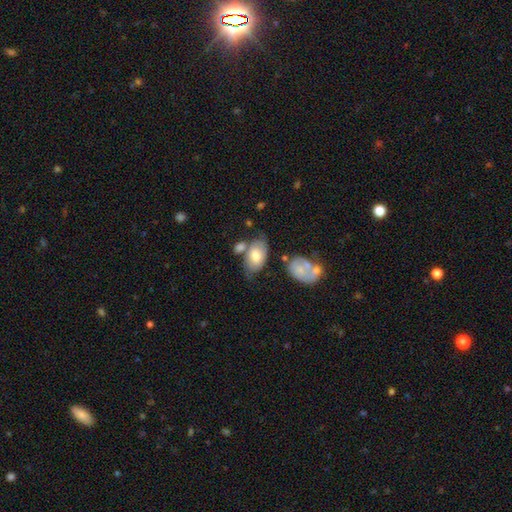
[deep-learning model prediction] smooth_or_featured: smooth (p=0.64) [alt: featured or disk p=0.29]
how_rounded: in between (p=0.90) [alt: round p=0.08]
merging: none (p=0.47) [alt: minor disturbance p=0.22]